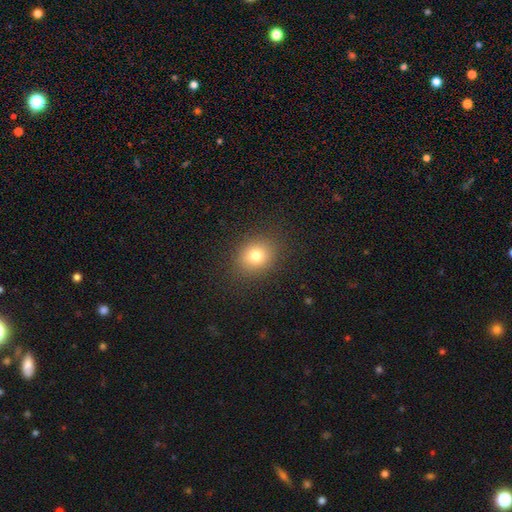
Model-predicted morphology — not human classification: This is likely a smooth galaxy (77%). How rounded: likely round (63%). Merging: clearly none (88%).